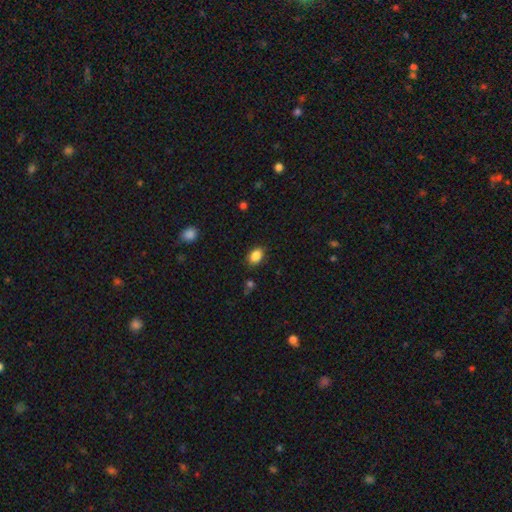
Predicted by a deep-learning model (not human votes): Overall: smooth (87%). How rounded: in between (81%). Merging: none (85%).